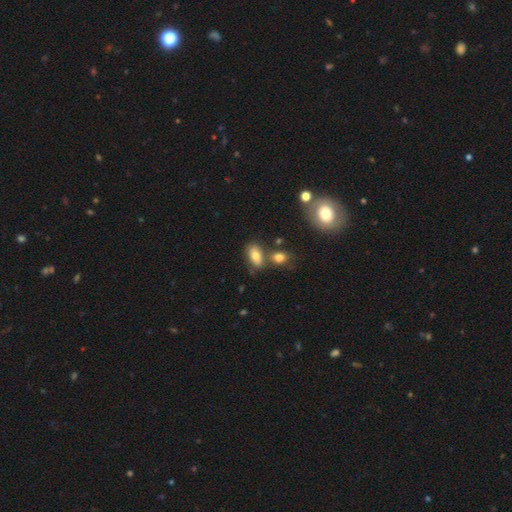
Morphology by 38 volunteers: smooth-or-featured: smooth: 87% | featured or disk: 8% | star or artifact: 5%
  how-rounded: in between: 94% | round: 3% | cigar-shaped: 3%
  merging: none: 42% | merger: 31% | minor disturbance: 17% | major disturbance: 11%